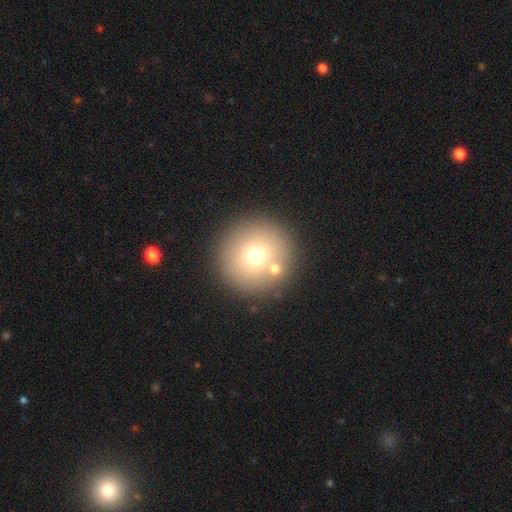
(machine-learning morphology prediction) Q: Smooth or featured?
A: smooth (69%); runner-up: star or artifact (16%)
Q: How rounded?
A: round (95%); runner-up: in between (4%)
Q: Merging?
A: none (83%); runner-up: merger (8%)